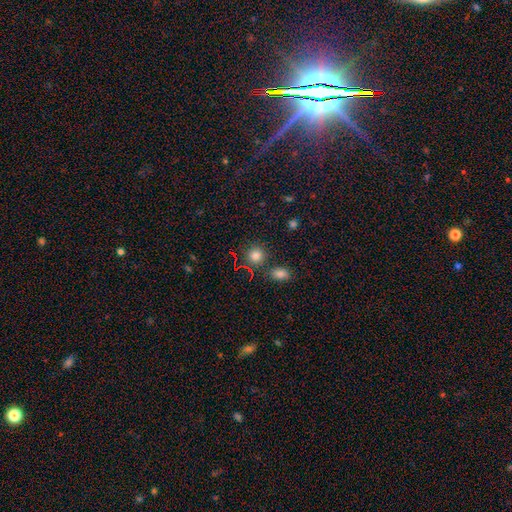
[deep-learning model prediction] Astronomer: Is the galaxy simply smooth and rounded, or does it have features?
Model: smooth — 79%.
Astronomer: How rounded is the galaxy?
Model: round — 89%.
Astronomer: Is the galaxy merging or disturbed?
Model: none — 80%.